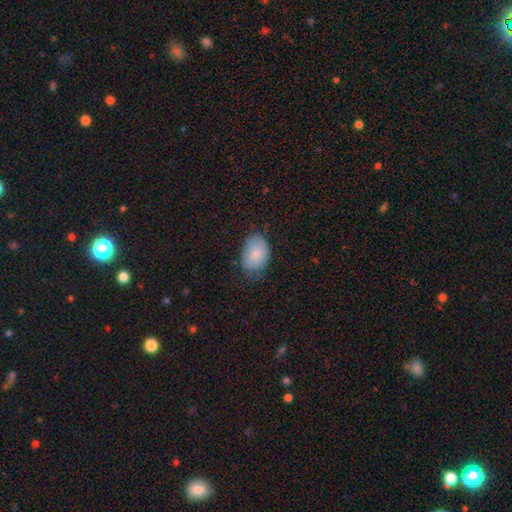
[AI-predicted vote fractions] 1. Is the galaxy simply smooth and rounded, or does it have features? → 82% smooth, 11% featured or disk, 7% star or artifact.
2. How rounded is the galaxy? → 82% in between, 17% round, 1% cigar-shaped.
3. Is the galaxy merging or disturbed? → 62% none, 29% minor disturbance, 7% major disturbance, 1% merger.